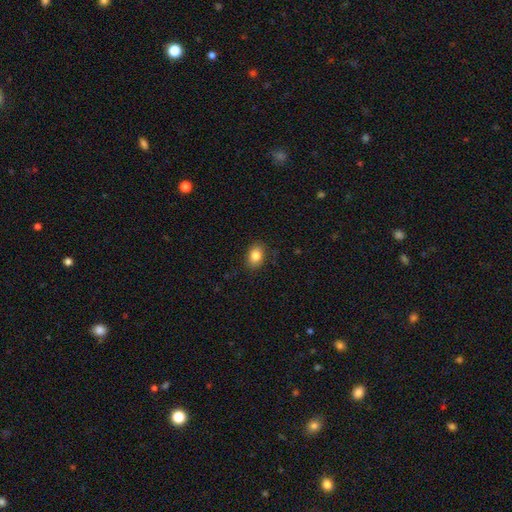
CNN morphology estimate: Smooth or featured: smooth — 84% (star or artifact — 9%)
How rounded: in between — 71% (round — 28%)
Merging: none — 87% (minor disturbance — 10%)